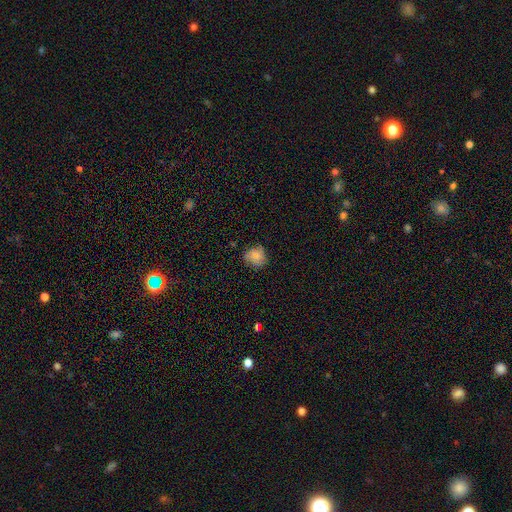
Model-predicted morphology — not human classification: A smooth galaxy with no disk features (67%) that is round (78%).

Vote fractions:
- Smooth or featured? smooth: 67% / featured or disk: 24% / star or artifact: 9%
- How rounded? round: 78% / in between: 21% / cigar-shaped: 1%
- Merging? none: 71% / minor disturbance: 22% / major disturbance: 5% / merger: 1%